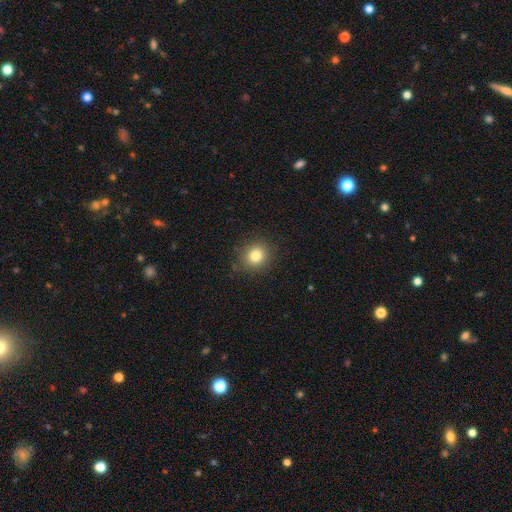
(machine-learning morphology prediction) type=smooth (81%); roundness=round (82%); merging=none (88%).